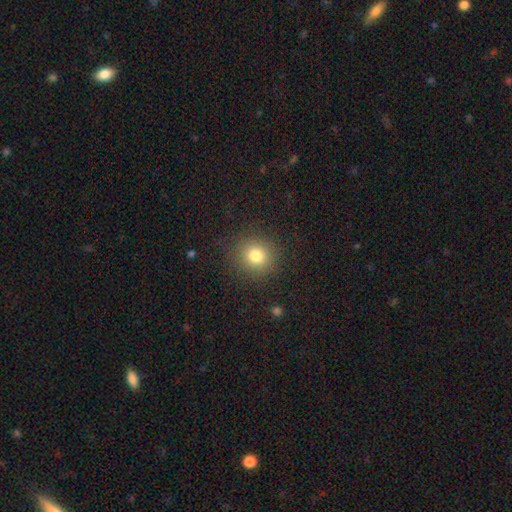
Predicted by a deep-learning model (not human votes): smooth-or-featured: smooth: 79% | star or artifact: 14% | featured or disk: 8%
  how-rounded: round: 88% | in between: 11% | cigar-shaped: 1%
  merging: none: 88% | minor disturbance: 8% | major disturbance: 3% | merger: 1%